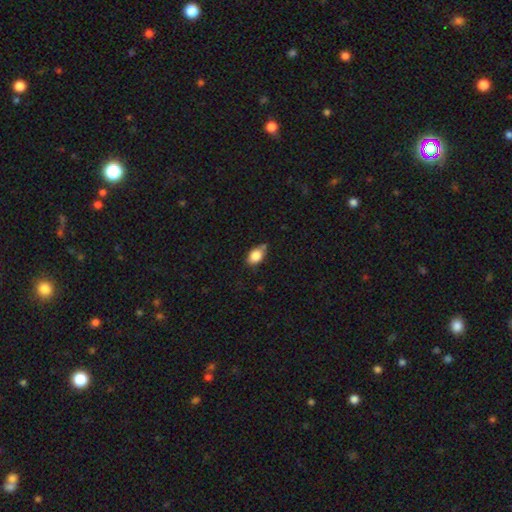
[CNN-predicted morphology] Overall: smooth (83%). How rounded: in between (85%). Merging: none (64%; minor disturbance 27%).